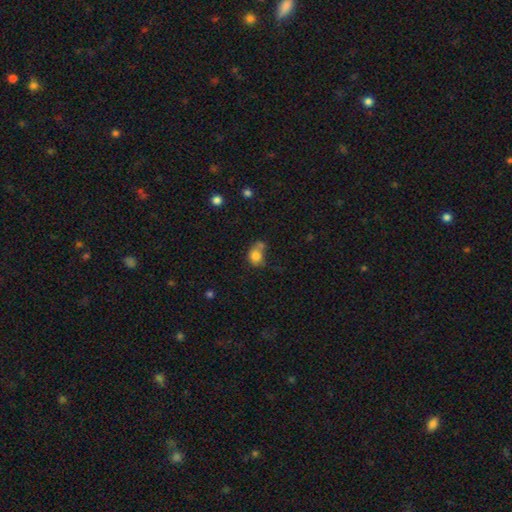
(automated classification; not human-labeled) Smooth or featured? Predicted: smooth (p=0.78). How rounded? Predicted: round (p=0.58). Merging? Predicted: none (p=0.36, tied with merger).